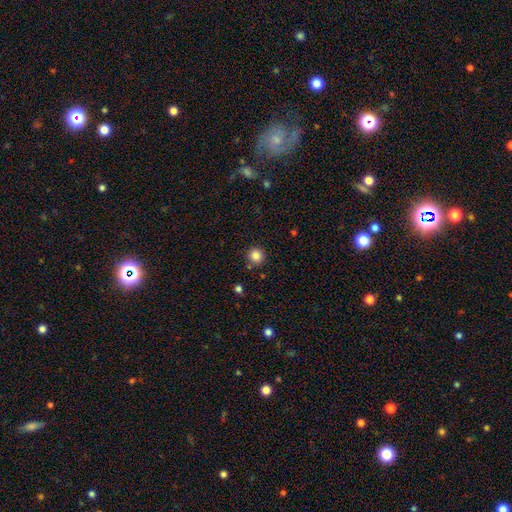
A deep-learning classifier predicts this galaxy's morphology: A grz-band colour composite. It shows a smooth galaxy with no disk features (84%) that is round (95%). Merging: none (88%).